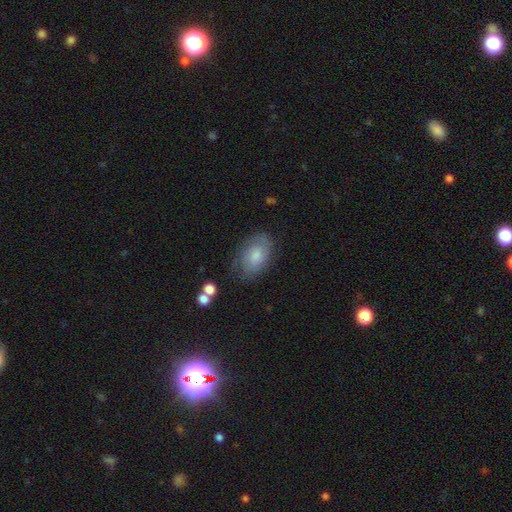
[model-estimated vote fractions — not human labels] A smooth galaxy with no disk features (68%) that is in between round and cigar-shaped (90%).

Vote fractions:
- Smooth or featured? smooth: 68% / featured or disk: 25% / star or artifact: 7%
- How rounded? in between: 90% / round: 8% / cigar-shaped: 2%
- Merging? none: 71% / minor disturbance: 21% / major disturbance: 6% / merger: 2%